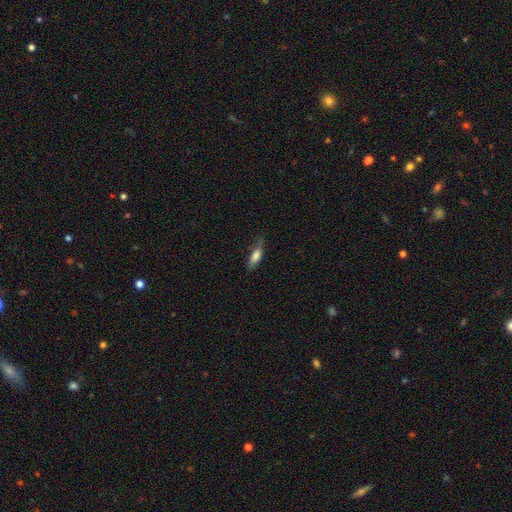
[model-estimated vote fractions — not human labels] This is likely a smooth galaxy (72%). How rounded: possibly in between (56%). Merging: possibly none (58%).